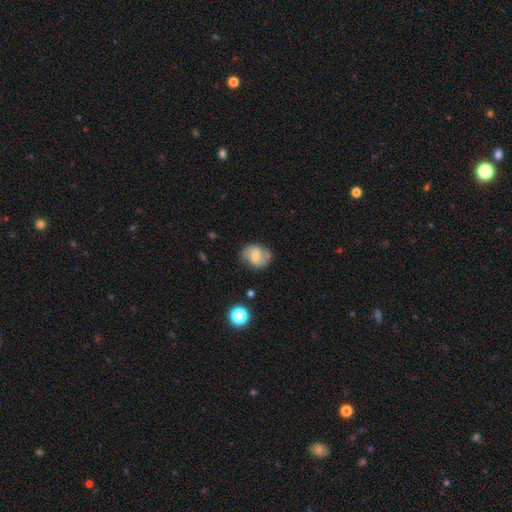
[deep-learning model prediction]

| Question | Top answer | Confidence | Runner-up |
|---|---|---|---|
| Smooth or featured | featured or disk | 47% | smooth (44%) |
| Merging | none | 69% | minor disturbance (22%) |